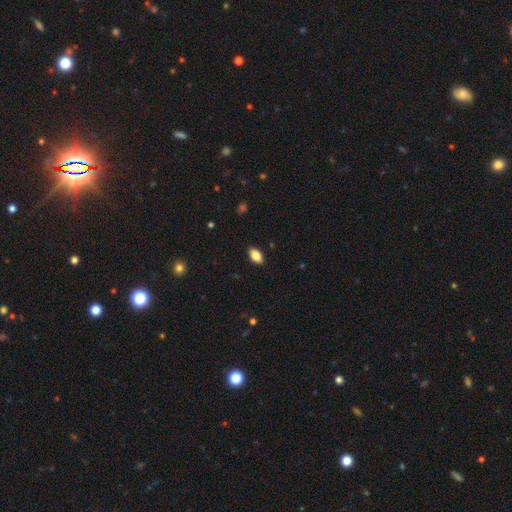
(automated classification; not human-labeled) Smooth or featured: smooth — 84% (star or artifact — 8%)
How rounded: in between — 92% (round — 4%)
Merging: none — 89% (minor disturbance — 8%)